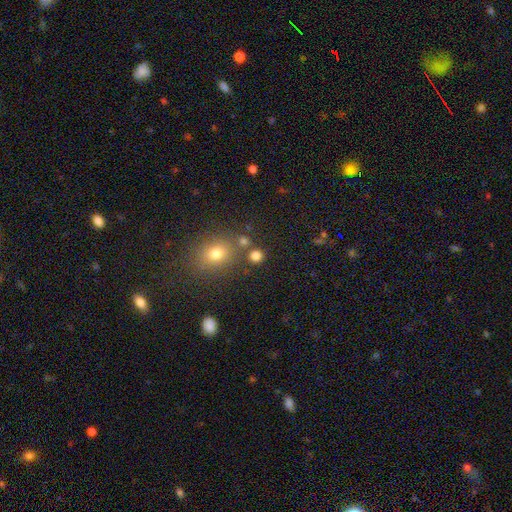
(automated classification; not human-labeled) Morphology: type=smooth (79%); roundness=round (88%); merging=none (77%).